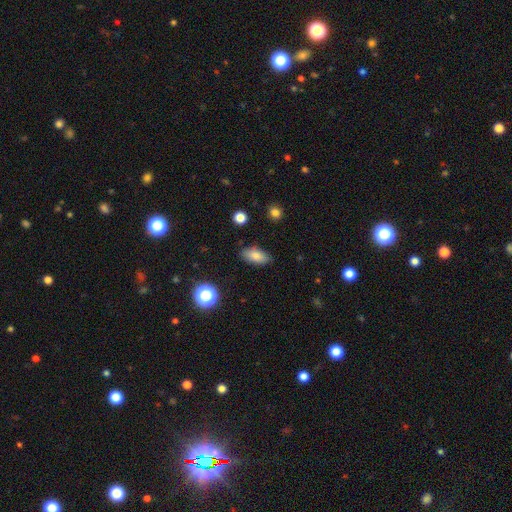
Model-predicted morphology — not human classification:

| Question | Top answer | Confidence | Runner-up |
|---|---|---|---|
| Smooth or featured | smooth | 81% | featured or disk (10%) |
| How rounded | in between | 87% | cigar-shaped (8%) |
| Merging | none | 85% | minor disturbance (11%) |